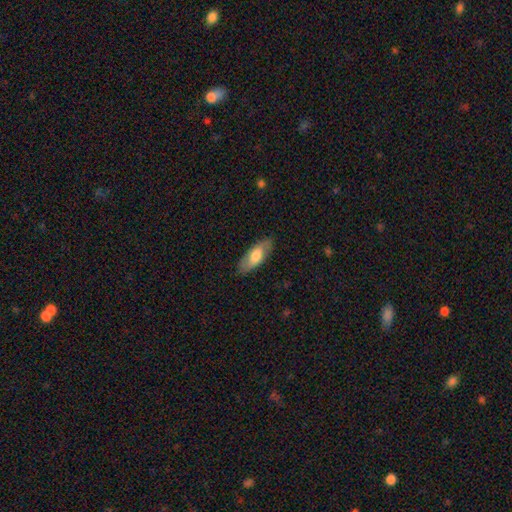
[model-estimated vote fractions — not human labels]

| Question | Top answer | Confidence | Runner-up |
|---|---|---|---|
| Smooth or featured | smooth | 67% | featured or disk (27%) |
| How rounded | in between | 77% | cigar-shaped (21%) |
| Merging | none | 85% | minor disturbance (11%) |